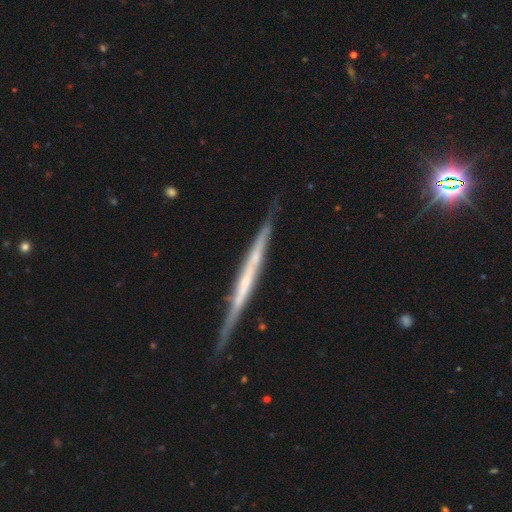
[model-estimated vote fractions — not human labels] Overall: featured or disk (74%). Edge-on disk: yes (96%). Edge-on bulge: none (74%). Merging: none (84%).